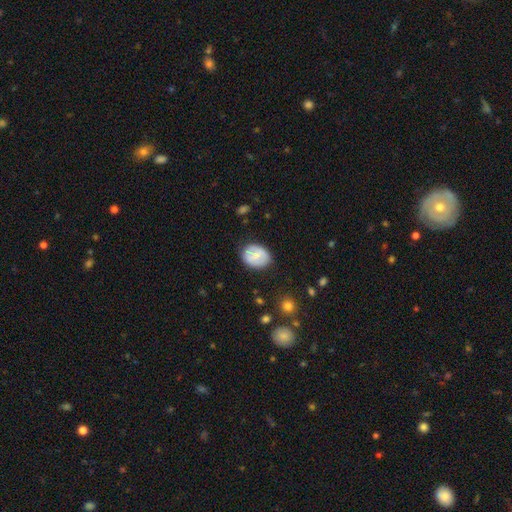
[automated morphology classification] Smooth or featured? smooth (59%)
How rounded? in between (59%)
Merging? none (78%)